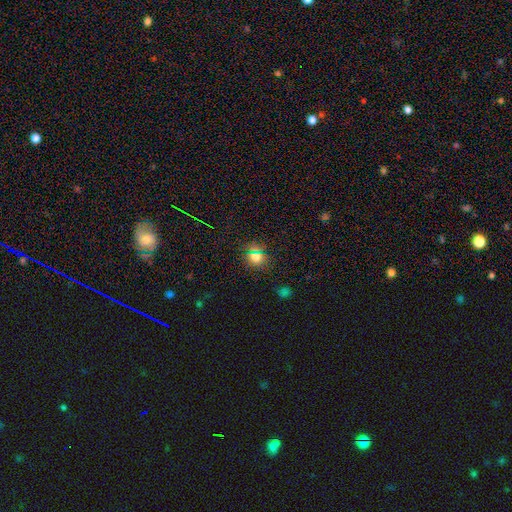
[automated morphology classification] This is likely a smooth galaxy (67%). How rounded: clearly round (85%). Merging: clearly none (87%).